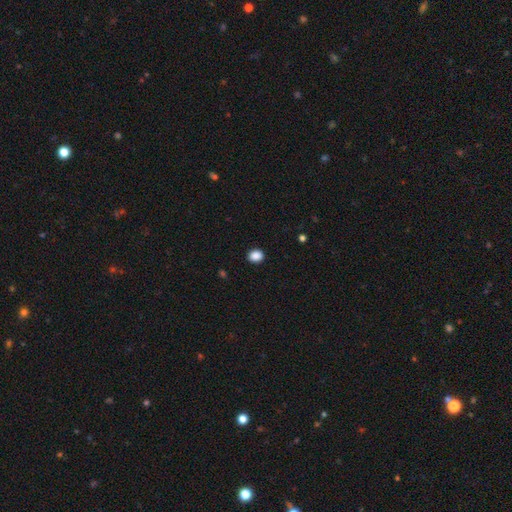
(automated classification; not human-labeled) A smooth galaxy with no disk features (89%) that is round (50%).

Vote fractions:
- Smooth or featured? smooth: 89% / star or artifact: 9% / featured or disk: 2%
- How rounded? round: 50% / in between: 49% / cigar-shaped: 1%
- Merging? none: 90% / minor disturbance: 7% / major disturbance: 2% / merger: 1%